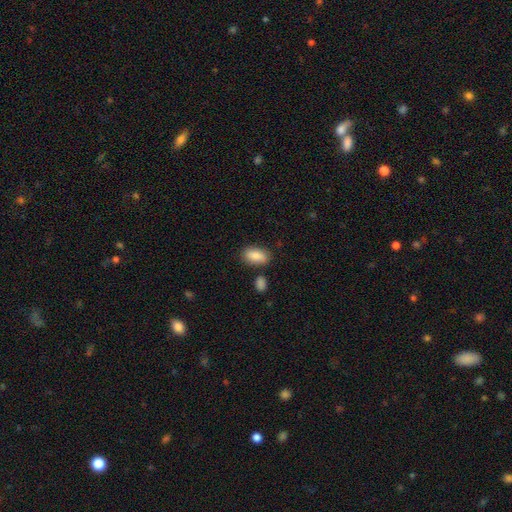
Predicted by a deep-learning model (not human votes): Overall: smooth (87%). How rounded: in between (91%). Merging: none (79%).